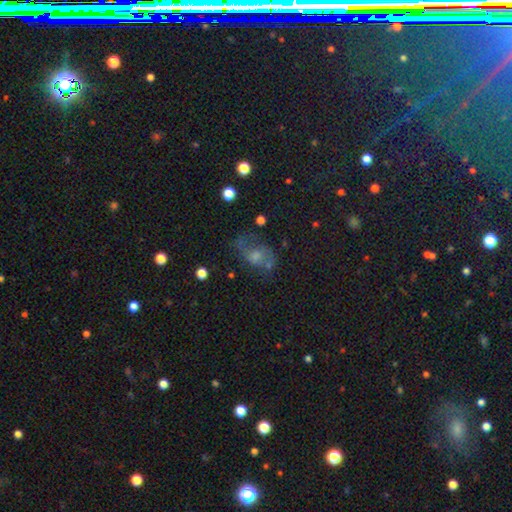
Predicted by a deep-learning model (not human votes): featured or disk 42%, smooth 32%, star or artifact 26%. Down the decision tree: merging — none (54%).